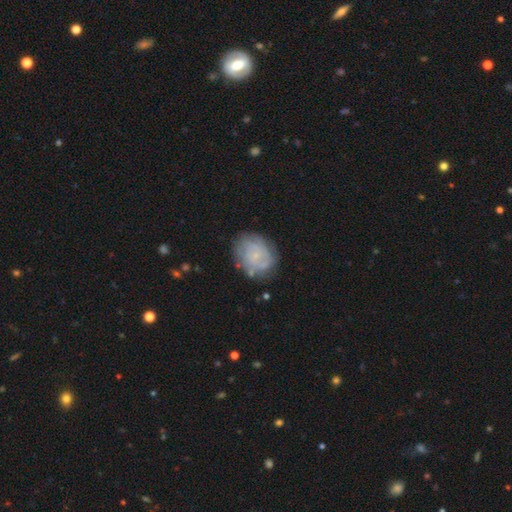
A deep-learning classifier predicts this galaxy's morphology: This is possibly a featured or disk galaxy (60%). It is clearly not viewed edge-on (98%). Bar: likely no (80%). Spiral arm pattern: likely yes (72%). Central bulge: likely small (76%). Merging: likely none (71%).